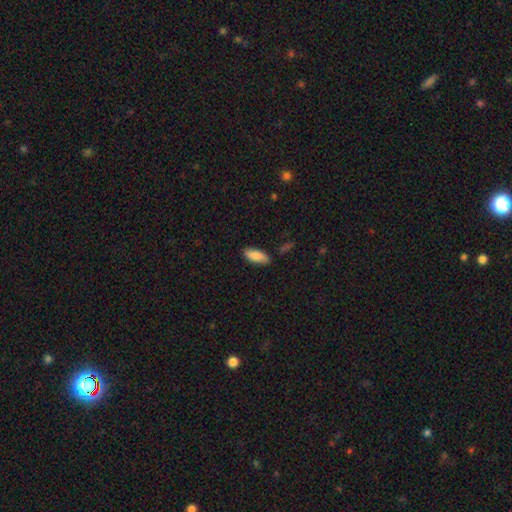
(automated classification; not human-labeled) A smooth galaxy with no disk features (85%) that is in between round and cigar-shaped (76%).

Vote fractions:
- Smooth or featured? smooth: 85% / featured or disk: 8% / star or artifact: 6%
- How rounded? in between: 76% / cigar-shaped: 23% / round: 2%
- Merging? none: 84% / minor disturbance: 11% / major disturbance: 2% / merger: 2%